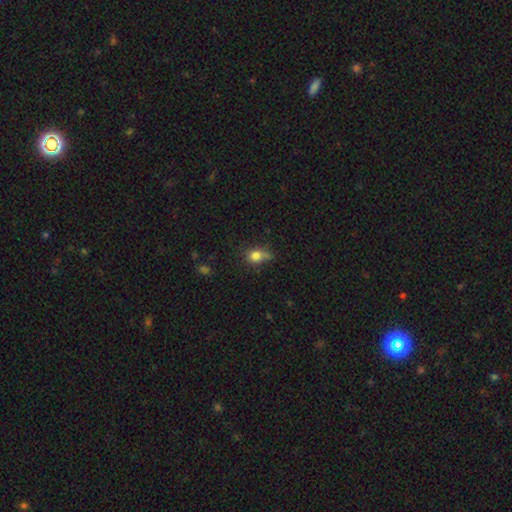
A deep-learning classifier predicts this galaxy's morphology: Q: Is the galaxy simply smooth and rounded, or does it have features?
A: smooth — 79%.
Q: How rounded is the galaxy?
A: round — 58%.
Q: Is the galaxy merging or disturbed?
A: none — 49%.